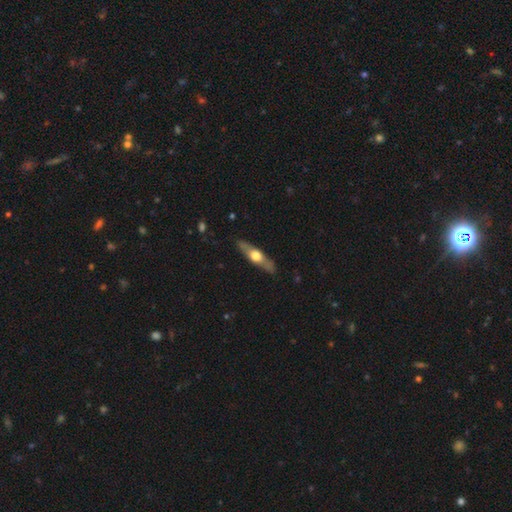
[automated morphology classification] featured or disk 59%, smooth 36%, star or artifact 5%. Down the decision tree: edge-on disk — yes (90%); edge-on bulge — rounded (94%); merging — none (85%).